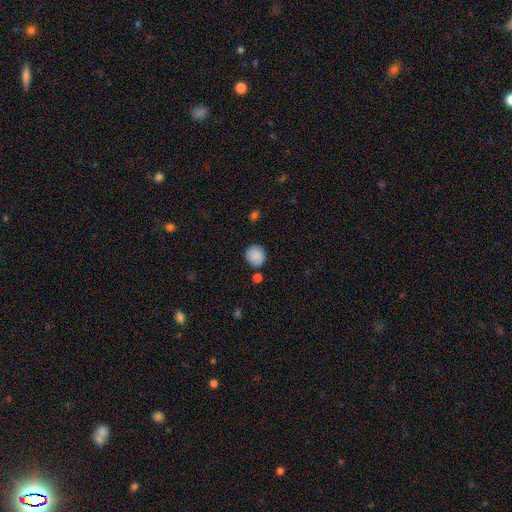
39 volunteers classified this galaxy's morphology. smooth 90%, star or artifact 8%, featured or disk 3%. Down the decision tree: how rounded — round (94%); merging — none (72%).